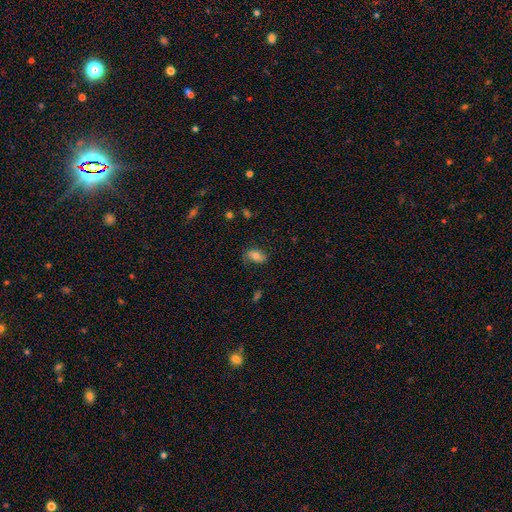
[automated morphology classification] smooth_or_featured: smooth (p=0.72) [alt: featured or disk p=0.19]
how_rounded: in between (p=0.89) [alt: round p=0.09]
merging: none (p=0.71) [alt: minor disturbance p=0.20]